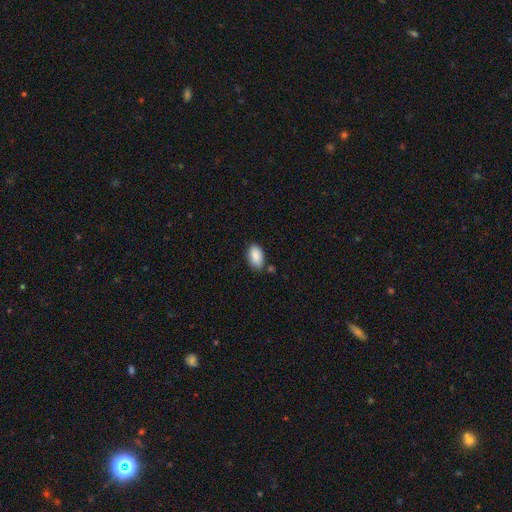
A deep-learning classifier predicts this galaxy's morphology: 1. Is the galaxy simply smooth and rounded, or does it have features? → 89% smooth, 7% star or artifact, 4% featured or disk.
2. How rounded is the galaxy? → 94% in between, 5% round, 2% cigar-shaped.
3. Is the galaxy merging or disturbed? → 75% none, 17% minor disturbance, 5% merger, 3% major disturbance.